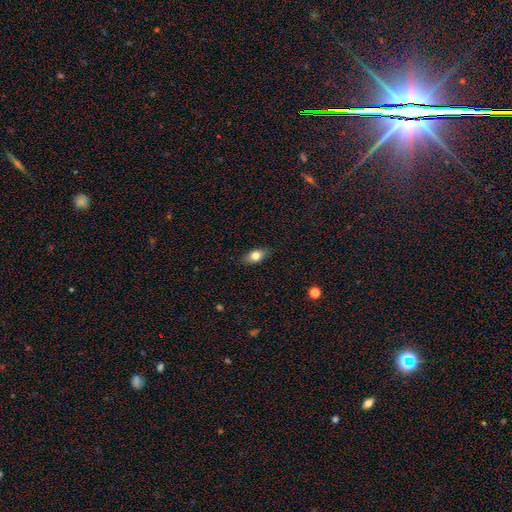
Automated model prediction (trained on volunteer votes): The model was most divided on "smooth or featured": smooth: 76%, featured or disk: 16%, star or artifact: 8%. More confident: merging — none (84%); how rounded — in between (84%).